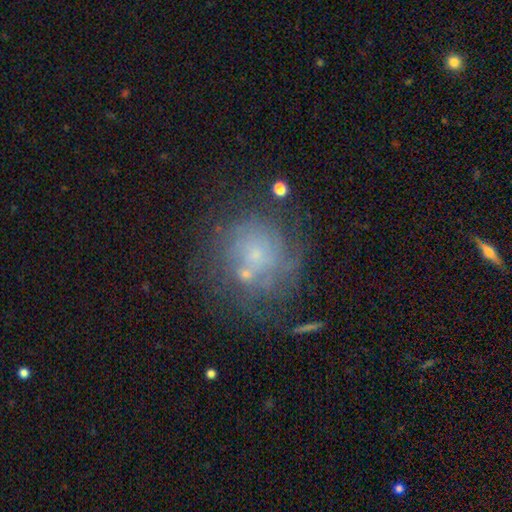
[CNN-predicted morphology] Smooth or featured? Predicted: featured or disk (p=0.57). Edge-on disk? Predicted: no (p=0.97). Bar? Predicted: no (p=0.83). Spiral arms? Predicted: yes (p=0.67). Bulge size? Predicted: small (p=0.70). Merging? Predicted: none (p=0.60).